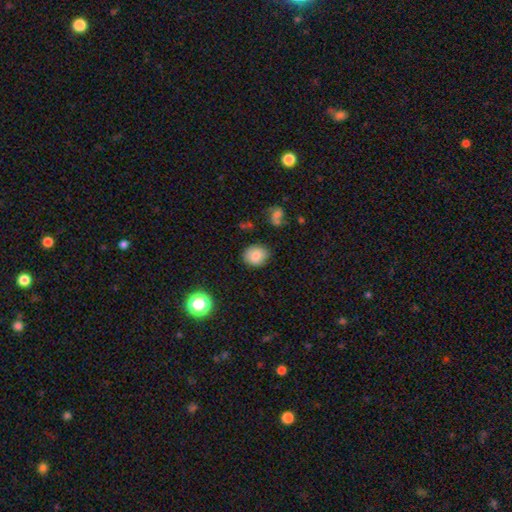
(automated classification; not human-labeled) Q: Smooth or featured?
A: smooth (83%); runner-up: star or artifact (10%)
Q: How rounded?
A: round (68%); runner-up: in between (31%)
Q: Merging?
A: none (83%); runner-up: minor disturbance (12%)